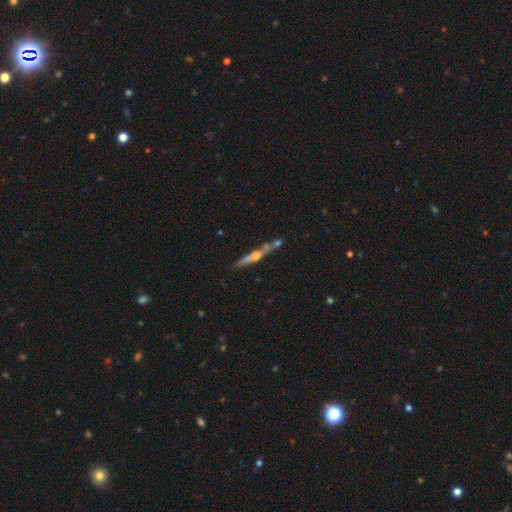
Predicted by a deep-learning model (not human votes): A featured or disk galaxy (60%) viewed edge-on (90%) with a rounded central bulge (74%).

Vote fractions:
- Smooth or featured? featured or disk: 60% / smooth: 32% / star or artifact: 8%
- Edge-on disk? yes: 90% / no: 10%
- Edge-on bulge? rounded: 74% / none: 16% / boxy: 9%
- Merging? none: 58% / merger: 20% / minor disturbance: 16% / major disturbance: 5%